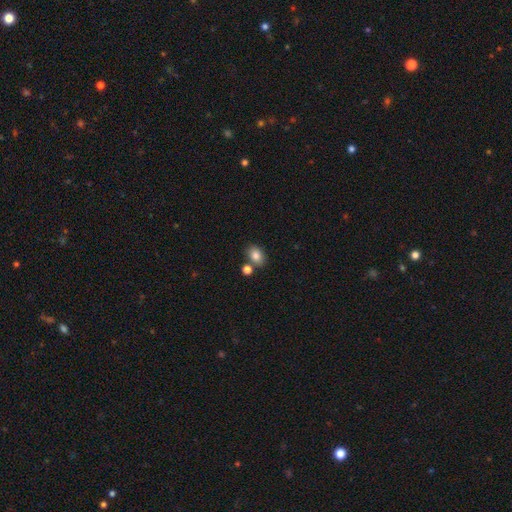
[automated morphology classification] This is clearly a smooth galaxy (83%). How rounded: likely in between (70%). Merging: likely none (68%).